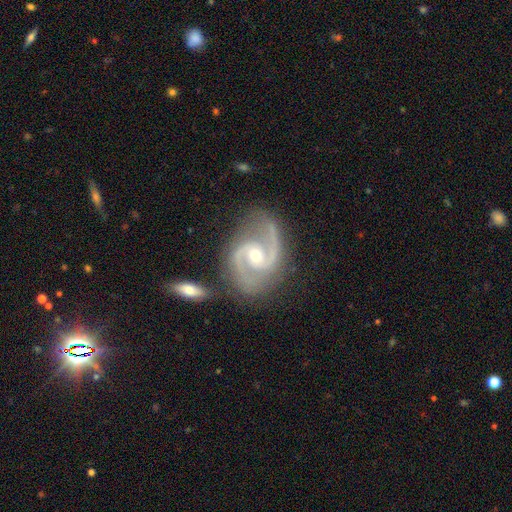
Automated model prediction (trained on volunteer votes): smooth_or_featured: featured or disk (p=0.93) [alt: star or artifact p=0.04]
disk_edge_on: no (p=0.98) [alt: yes p=0.02]
bar: no (p=0.49) [alt: weak p=0.38]
has_spiral_arms: yes (p=0.99) [alt: no p=0.01]
spiral_winding: medium (p=0.65) [alt: tight p=0.21]
spiral_arm_count: 2 (p=0.91) [alt: 3 p=0.04]
bulge_size: small (p=0.49) [alt: moderate p=0.48]
merging: none (p=0.70) [alt: minor disturbance p=0.18]